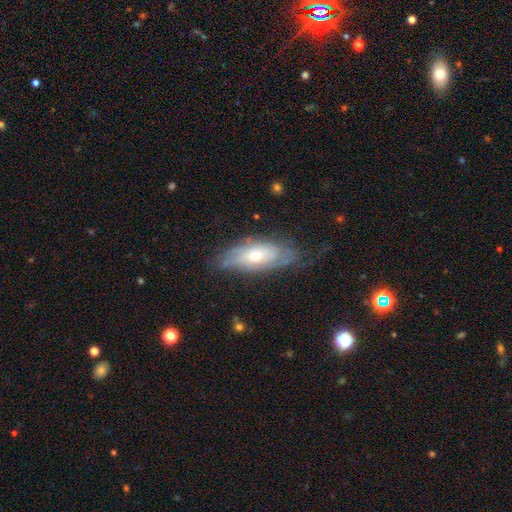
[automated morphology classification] This appears to be a featured or disk galaxy (61%). Merging: none (61%).